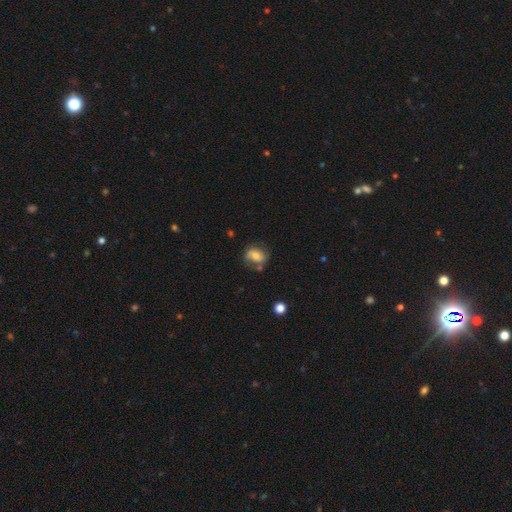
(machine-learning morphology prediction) This is possibly a smooth galaxy (49%). Merging: possibly none (55%).